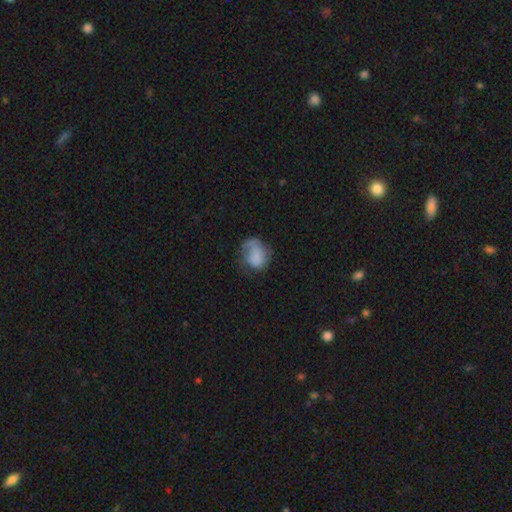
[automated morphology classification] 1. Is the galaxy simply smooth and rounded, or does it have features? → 62% smooth, 29% featured or disk, 9% star or artifact.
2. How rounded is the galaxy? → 52% in between, 47% round, 1% cigar-shaped.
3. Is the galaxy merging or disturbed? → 39% none, 31% major disturbance, 28% minor disturbance, 2% merger.